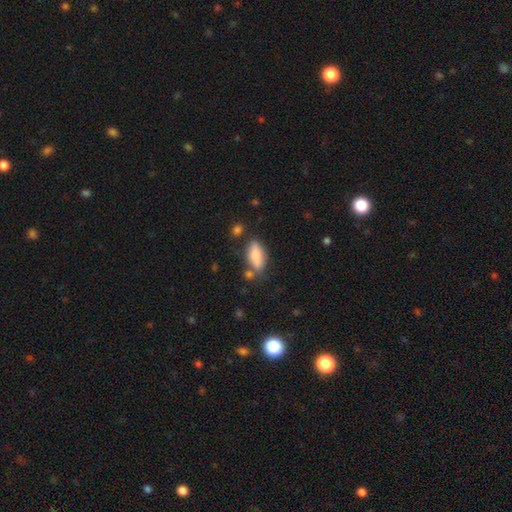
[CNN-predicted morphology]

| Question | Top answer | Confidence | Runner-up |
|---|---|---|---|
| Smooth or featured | smooth | 81% | featured or disk (12%) |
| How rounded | in between | 80% | cigar-shaped (18%) |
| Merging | none | 64% | minor disturbance (19%) |